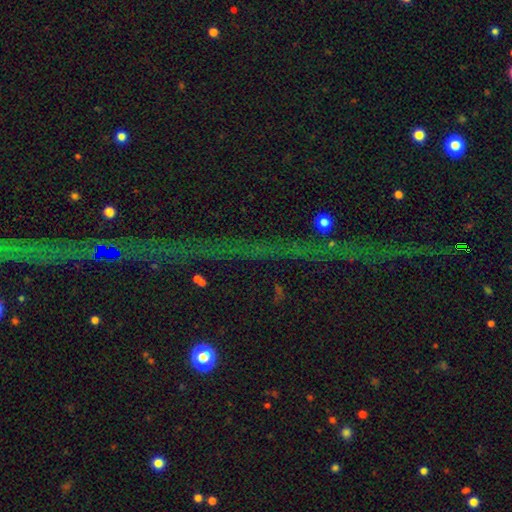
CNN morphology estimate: Smooth or featured: star or artifact — 76% (featured or disk — 14%)